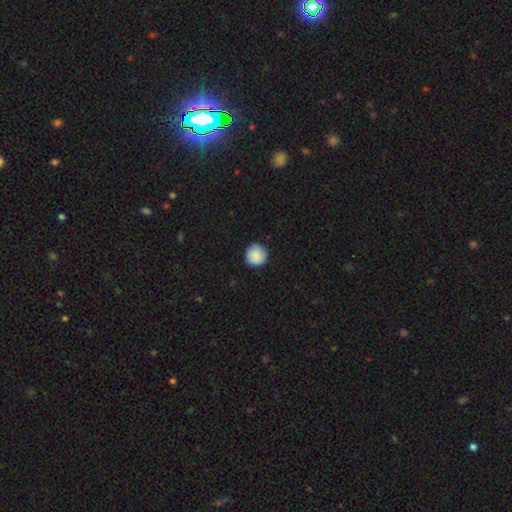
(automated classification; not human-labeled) A smooth galaxy with no disk features (87%) that is round (94%).

Vote fractions:
- Smooth or featured? smooth: 87% / star or artifact: 7% / featured or disk: 6%
- How rounded? round: 94% / in between: 5% / cigar-shaped: 1%
- Merging? none: 87% / minor disturbance: 10% / major disturbance: 2% / merger: 1%